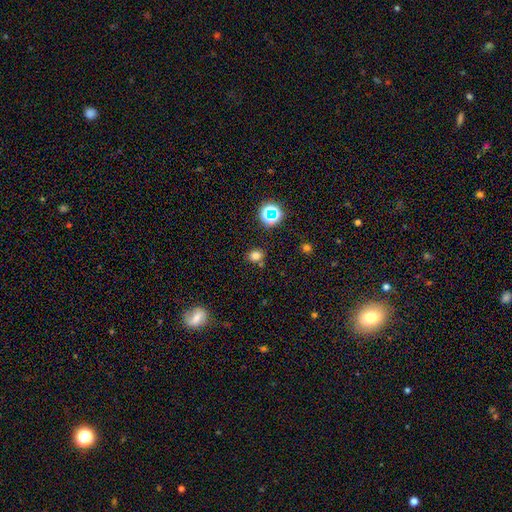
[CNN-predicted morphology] The model was most divided on "how rounded": round: 61%, in between: 38%, cigar-shaped: 1%. More confident: merging — none (76%); smooth or featured — smooth (74%).